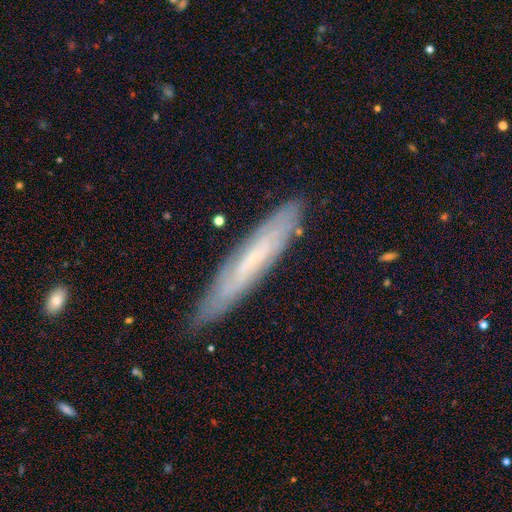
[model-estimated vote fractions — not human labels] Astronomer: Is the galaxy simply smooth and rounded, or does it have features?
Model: featured or disk — 56% (runner-up: smooth, 37%).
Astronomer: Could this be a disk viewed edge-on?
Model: yes — 59% (runner-up: no, 41%).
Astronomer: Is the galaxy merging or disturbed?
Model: none — 82%.